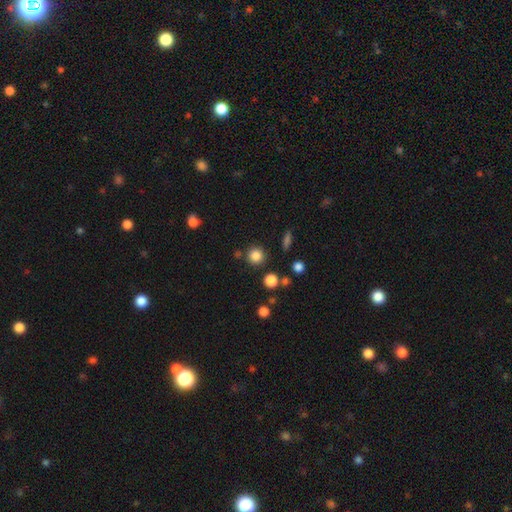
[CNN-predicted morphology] A smooth galaxy with no disk features (83%) that is round (93%).

Vote fractions:
- Smooth or featured? smooth: 83% / star or artifact: 12% / featured or disk: 5%
- How rounded? round: 93% / in between: 6% / cigar-shaped: 1%
- Merging? none: 85% / minor disturbance: 7% / merger: 5% / major disturbance: 3%